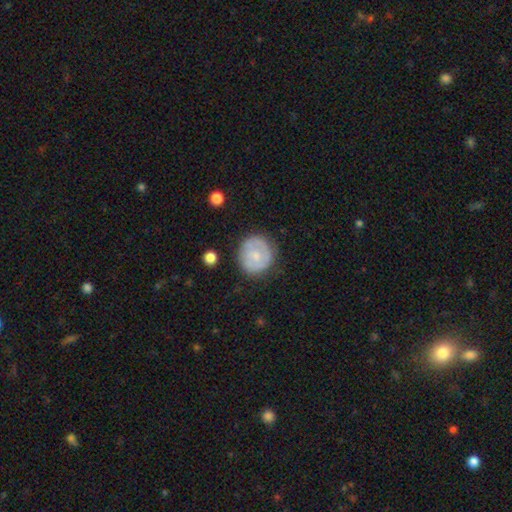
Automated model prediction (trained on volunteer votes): Overall: smooth (48%; featured or disk 46%). Merging: none (78%).